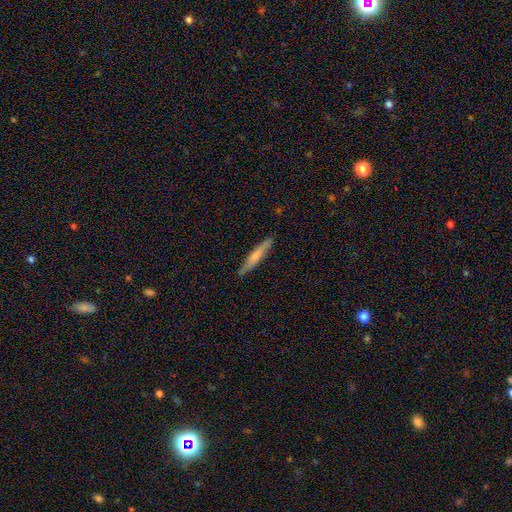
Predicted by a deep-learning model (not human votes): Smooth or featured? Predicted: smooth (p=0.61). How rounded? Predicted: cigar-shaped (p=0.92). Merging? Predicted: none (p=0.85).